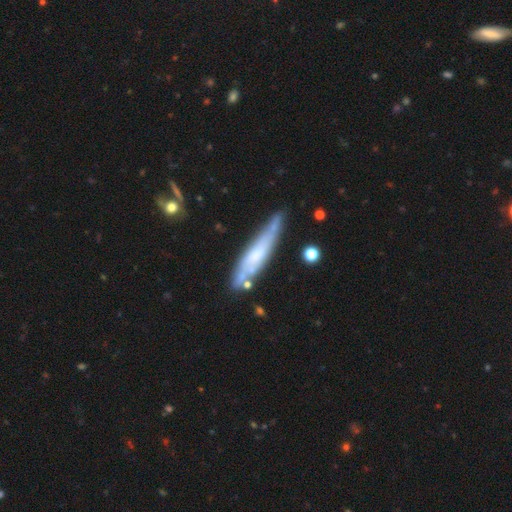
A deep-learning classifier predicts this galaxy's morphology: type=featured or disk (54%); edge-on=yes (71%); merging=none (66%).